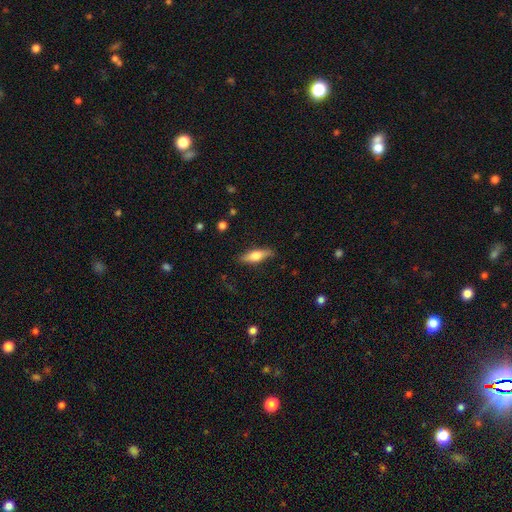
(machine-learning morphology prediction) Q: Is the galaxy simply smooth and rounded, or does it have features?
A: smooth — 52%.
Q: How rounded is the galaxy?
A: cigar-shaped — 51%.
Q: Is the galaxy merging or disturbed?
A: none — 84%.